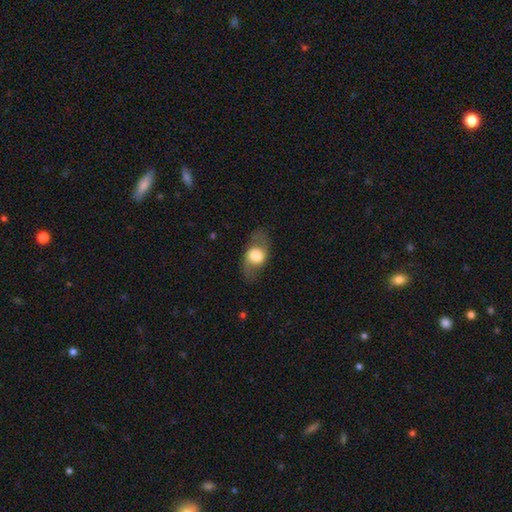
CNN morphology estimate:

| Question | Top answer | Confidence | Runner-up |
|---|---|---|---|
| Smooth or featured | smooth | 56% | featured or disk (37%) |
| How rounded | in between | 67% | round (29%) |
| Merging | none | 74% | minor disturbance (15%) |